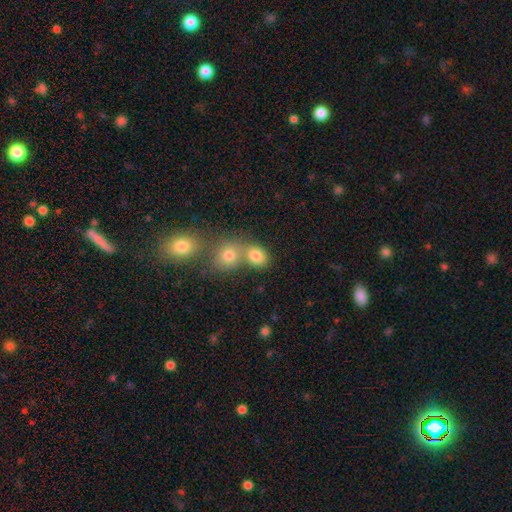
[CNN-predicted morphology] This is likely a smooth galaxy (79%). How rounded: possibly round (56%). Merging: possibly merger (46%).